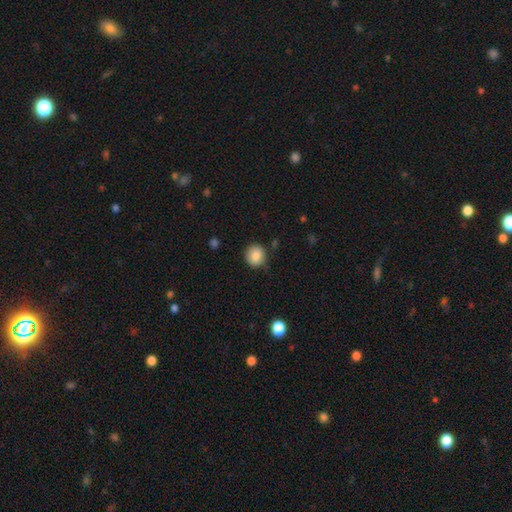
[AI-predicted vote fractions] A smooth galaxy with no disk features (85%) that is round (85%).

Vote fractions:
- Smooth or featured? smooth: 85% / star or artifact: 9% / featured or disk: 6%
- How rounded? round: 85% / in between: 14% / cigar-shaped: 1%
- Merging? none: 80% / minor disturbance: 15% / major disturbance: 3% / merger: 2%